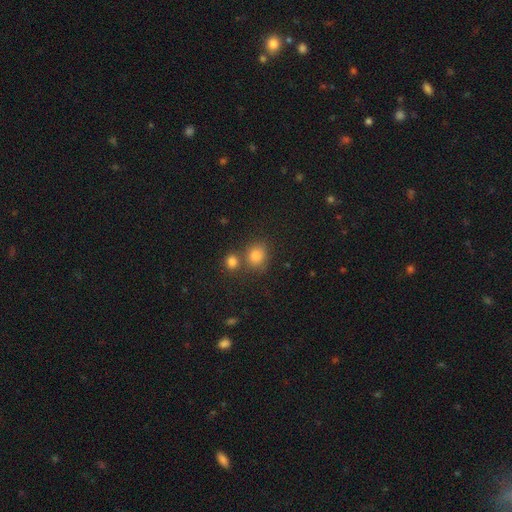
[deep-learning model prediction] smooth_or_featured: smooth (p=0.81) [alt: star or artifact p=0.13]
how_rounded: round (p=0.67) [alt: in between p=0.32]
merging: none (p=0.59) [alt: merger p=0.26]